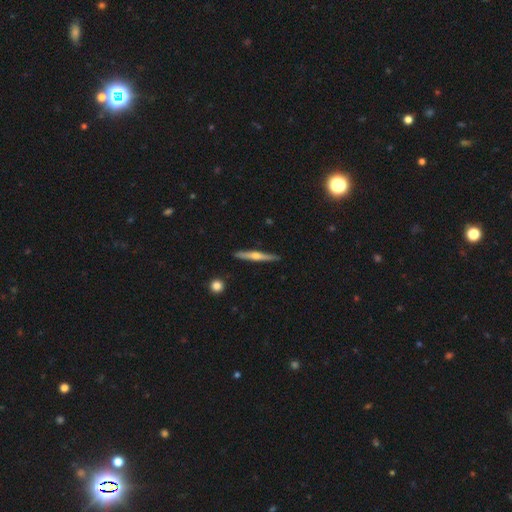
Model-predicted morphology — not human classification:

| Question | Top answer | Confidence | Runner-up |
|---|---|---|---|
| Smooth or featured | featured or disk | 60% | smooth (34%) |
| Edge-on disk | yes | 97% | no (3%) |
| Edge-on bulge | rounded | 83% | none (11%) |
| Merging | none | 90% | minor disturbance (7%) |